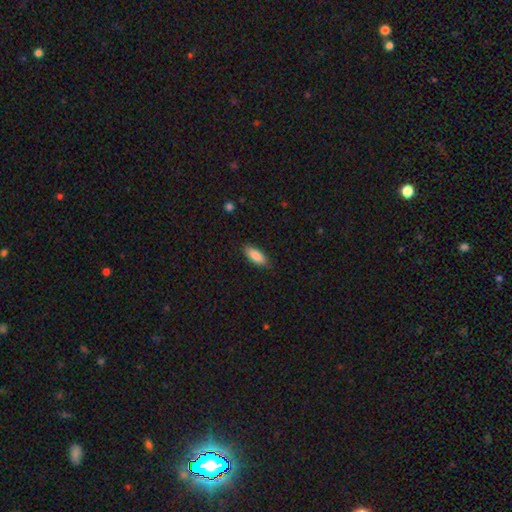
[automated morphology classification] type=smooth (86%); roundness=in between (77%); merging=none (86%).